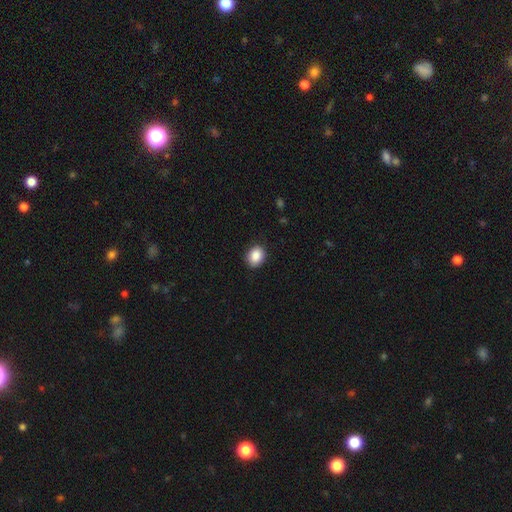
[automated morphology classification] smooth-or-featured: smooth: 89% | star or artifact: 8% | featured or disk: 3%
  how-rounded: in between: 52% | round: 47% | cigar-shaped: 1%
  merging: none: 87% | minor disturbance: 10% | major disturbance: 2% | merger: 1%